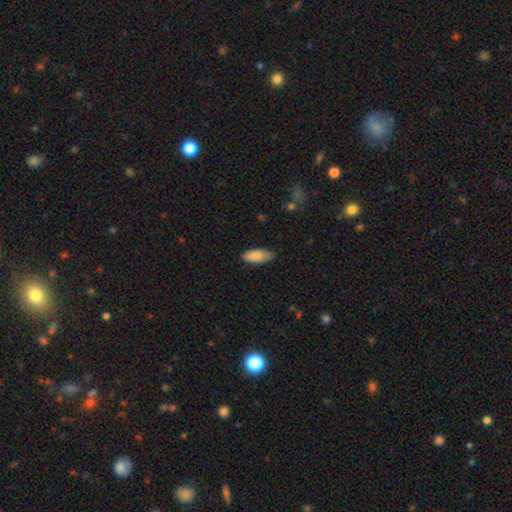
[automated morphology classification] Smooth or featured?
  - smooth: 87% *
  - featured or disk: 7%
  - star or artifact: 6%
How rounded?
  - in between: 83% *
  - cigar-shaped: 15%
  - round: 2%
Merging?
  - none: 73% *
  - minor disturbance: 22%
  - major disturbance: 3%
  - merger: 1%